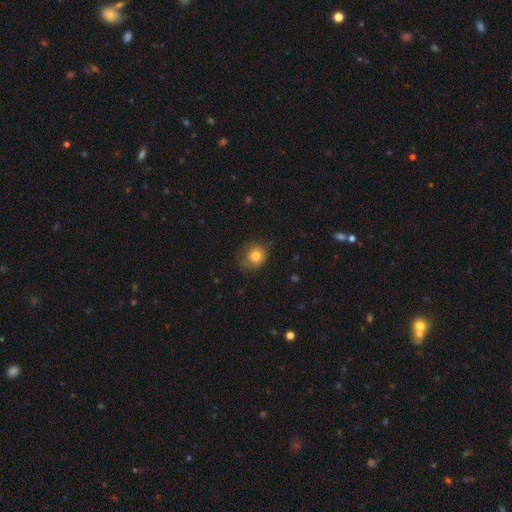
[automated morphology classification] The model was most divided on "merging": none: 66%, minor disturbance: 25%, major disturbance: 8%, merger: 2%. More confident: smooth or featured — smooth (81%); how rounded — round (78%).